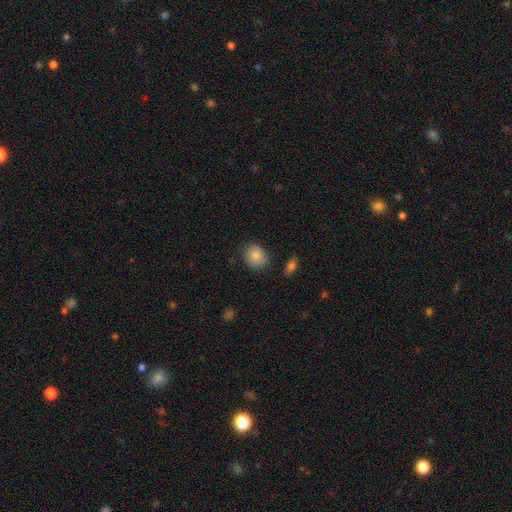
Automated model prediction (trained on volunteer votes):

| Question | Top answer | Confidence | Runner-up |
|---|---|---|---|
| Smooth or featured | smooth | 84% | featured or disk (8%) |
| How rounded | round | 62% | in between (37%) |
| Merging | none | 79% | minor disturbance (16%) |